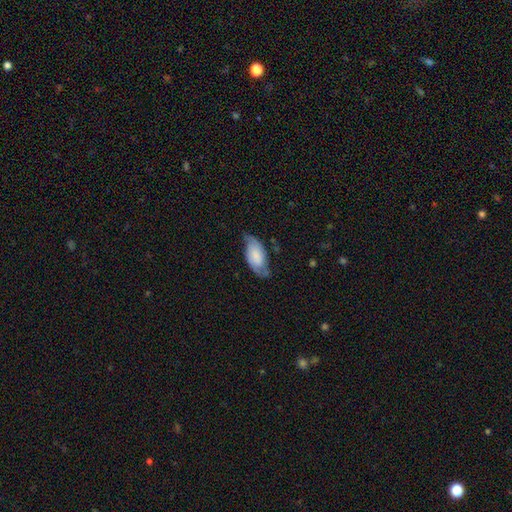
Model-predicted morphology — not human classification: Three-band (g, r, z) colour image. It shows a smooth galaxy with no disk features (48%). Merging: none (59%).